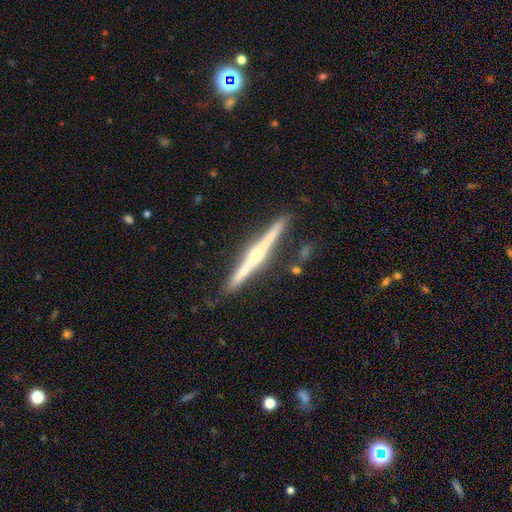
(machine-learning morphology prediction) The model was most divided on "smooth or featured": featured or disk: 81%, smooth: 14%, star or artifact: 5%. More confident: edge-on disk — yes (98%); merging — none (89%); edge-on bulge — rounded (83%).